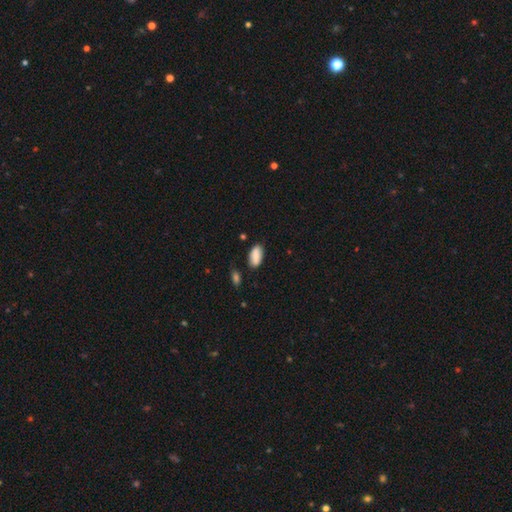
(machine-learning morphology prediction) type=smooth (84%); roundness=in between (92%); merging=none (77%).